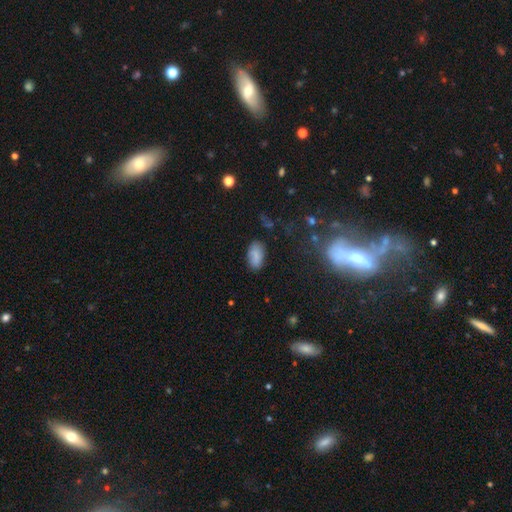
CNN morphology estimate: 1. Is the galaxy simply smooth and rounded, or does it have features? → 83% smooth, 9% star or artifact, 8% featured or disk.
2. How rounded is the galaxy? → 93% in between, 4% round, 3% cigar-shaped.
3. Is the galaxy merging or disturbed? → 80% none, 14% minor disturbance, 4% major disturbance, 2% merger.